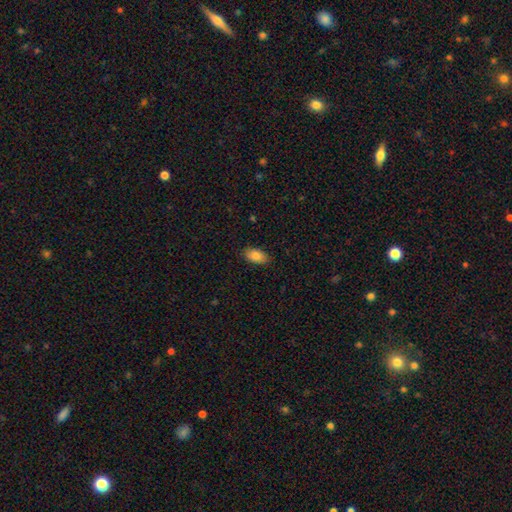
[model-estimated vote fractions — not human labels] A smooth galaxy with no disk features (85%) that is in between round and cigar-shaped (93%).

Vote fractions:
- Smooth or featured? smooth: 85% / star or artifact: 8% / featured or disk: 7%
- How rounded? in between: 93% / round: 5% / cigar-shaped: 2%
- Merging? none: 87% / minor disturbance: 10% / major disturbance: 2% / merger: 1%